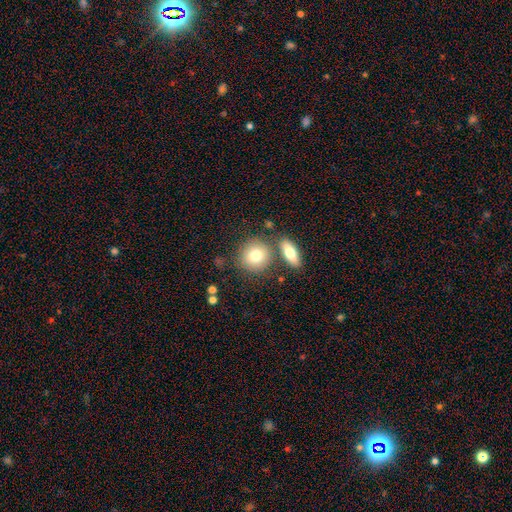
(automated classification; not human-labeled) A smooth galaxy with no disk features (78%) that is round (84%).

Vote fractions:
- Smooth or featured? smooth: 78% / featured or disk: 14% / star or artifact: 8%
- How rounded? round: 84% / in between: 14% / cigar-shaped: 2%
- Merging? none: 69% / merger: 19% / minor disturbance: 9% / major disturbance: 3%